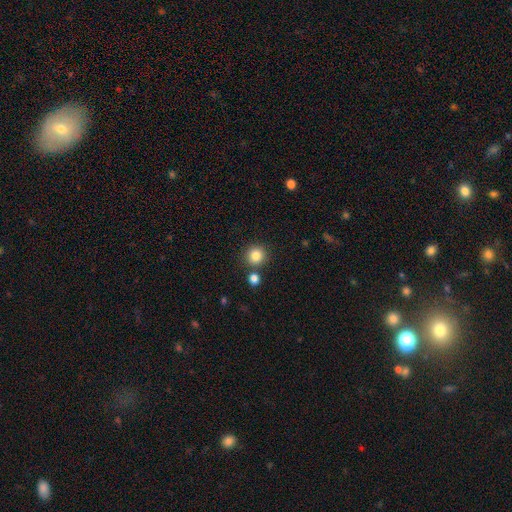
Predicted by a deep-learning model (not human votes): A smooth galaxy with no disk features (84%) that is round (91%). Merging: none (81%).